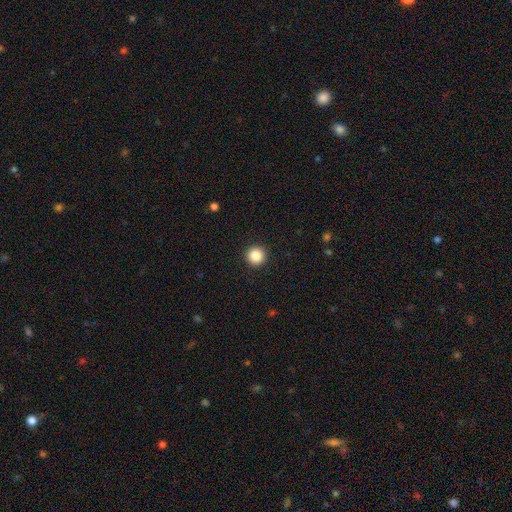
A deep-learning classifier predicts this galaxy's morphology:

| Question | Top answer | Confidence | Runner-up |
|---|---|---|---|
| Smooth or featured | smooth | 86% | star or artifact (10%) |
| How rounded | round | 96% | in between (3%) |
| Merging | none | 93% | minor disturbance (4%) |